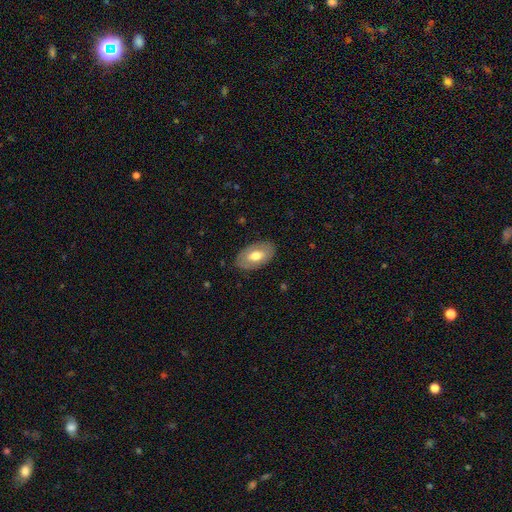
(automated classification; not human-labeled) A smooth galaxy with no disk features (60%) that is in between round and cigar-shaped (92%).

Vote fractions:
- Smooth or featured? smooth: 60% / featured or disk: 34% / star or artifact: 6%
- How rounded? in between: 92% / round: 6% / cigar-shaped: 1%
- Merging? none: 84% / minor disturbance: 12% / major disturbance: 3% / merger: 1%